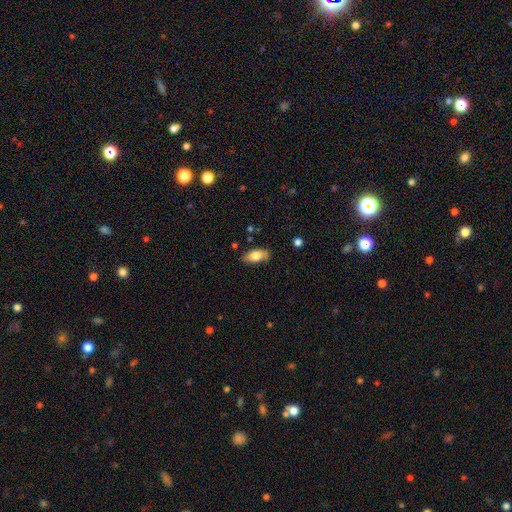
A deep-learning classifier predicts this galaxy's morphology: type=smooth (74%); roundness=in between (88%); merging=none (79%).